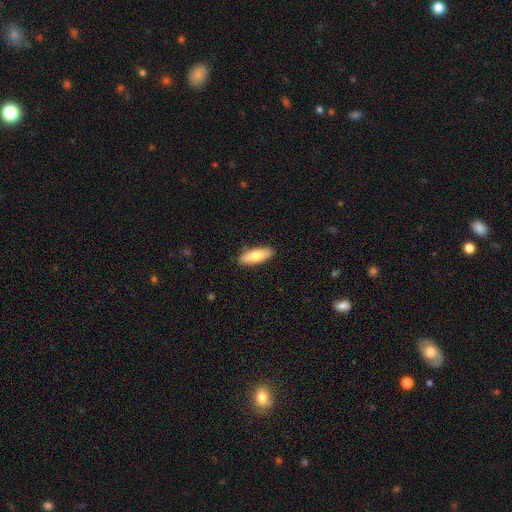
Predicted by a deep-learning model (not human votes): The model was most divided on "how rounded": in between: 67%, cigar-shaped: 30%, round: 2%. More confident: merging — none (88%); smooth or featured — smooth (75%).